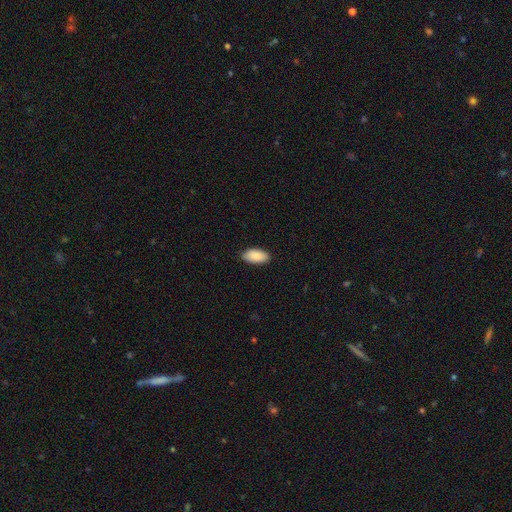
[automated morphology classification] smooth_or_featured: smooth (p=0.89) [alt: star or artifact p=0.06]
how_rounded: in between (p=0.94) [alt: cigar-shaped p=0.03]
merging: none (p=0.88) [alt: minor disturbance p=0.09]